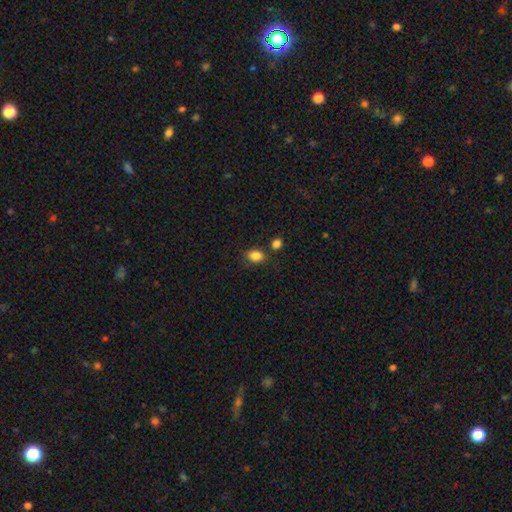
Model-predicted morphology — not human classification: A smooth galaxy with no disk features (85%) that is in between round and cigar-shaped (70%). Merging: none (71%).